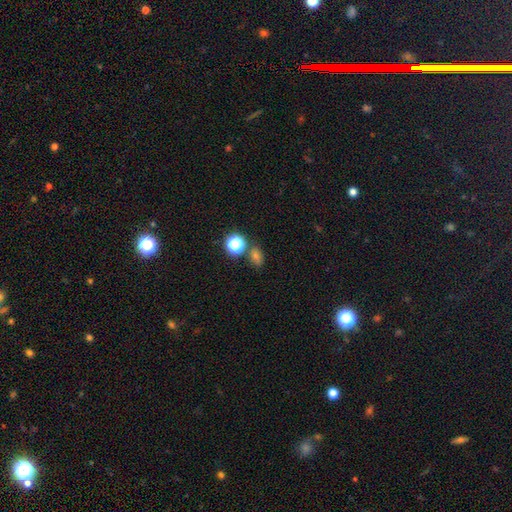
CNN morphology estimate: smooth-or-featured: smooth: 50% | star or artifact: 41% | featured or disk: 9%
  merging: none: 74% | minor disturbance: 11% | merger: 11% | major disturbance: 4%